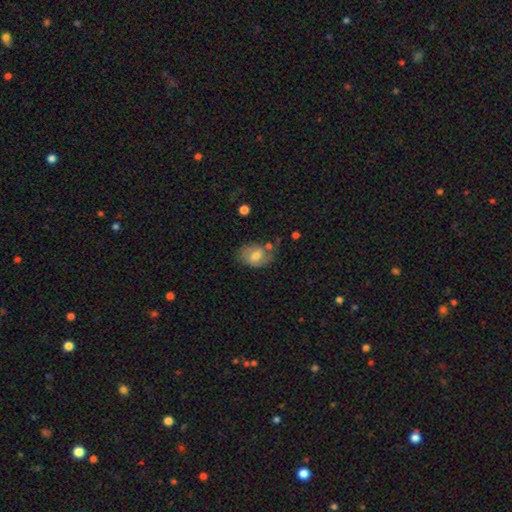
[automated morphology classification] Smooth or featured: smooth — 59% (featured or disk — 33%)
How rounded: in between — 73% (round — 26%)
Merging: none — 51% (minor disturbance — 26%)